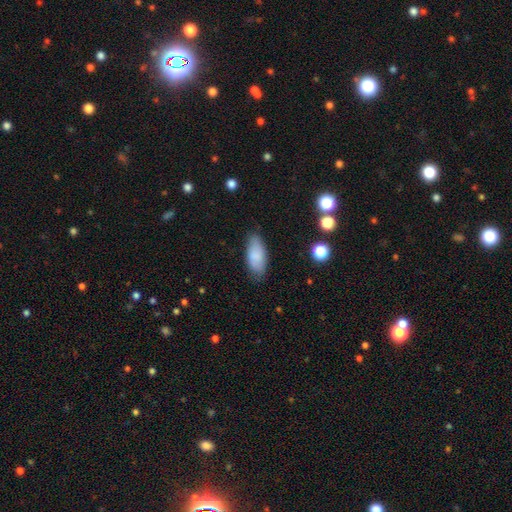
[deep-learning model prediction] Smooth or featured?
  - smooth: 84% *
  - featured or disk: 9%
  - star or artifact: 7%
How rounded?
  - in between: 90% *
  - cigar-shaped: 8%
  - round: 2%
Merging?
  - none: 79% *
  - minor disturbance: 17%
  - major disturbance: 3%
  - merger: 1%